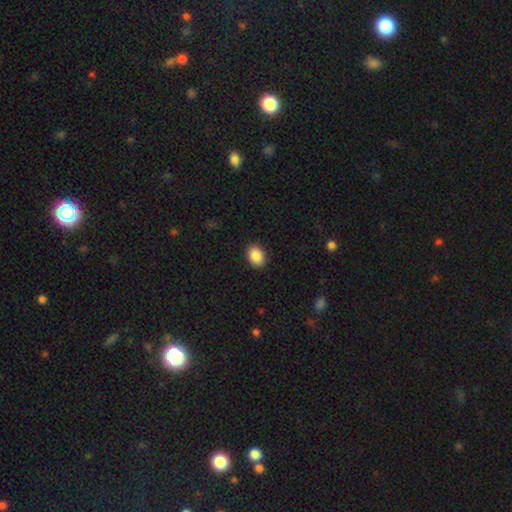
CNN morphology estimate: Q: Smooth or featured?
A: smooth (89%); runner-up: star or artifact (8%)
Q: How rounded?
A: in between (65%); runner-up: round (34%)
Q: Merging?
A: none (90%); runner-up: minor disturbance (7%)